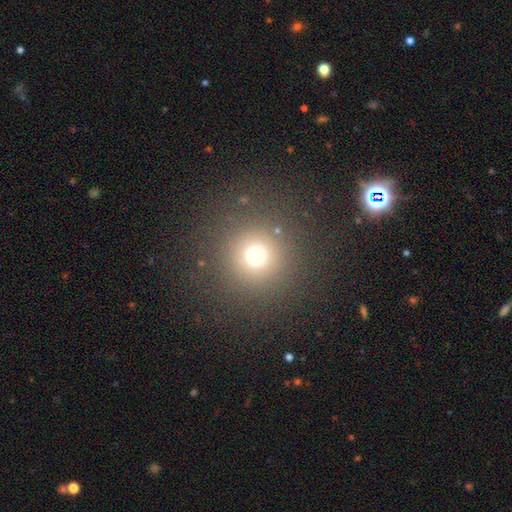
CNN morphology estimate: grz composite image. It shows a smooth galaxy with no disk features (70%) that is round (95%). Merging: none (87%).